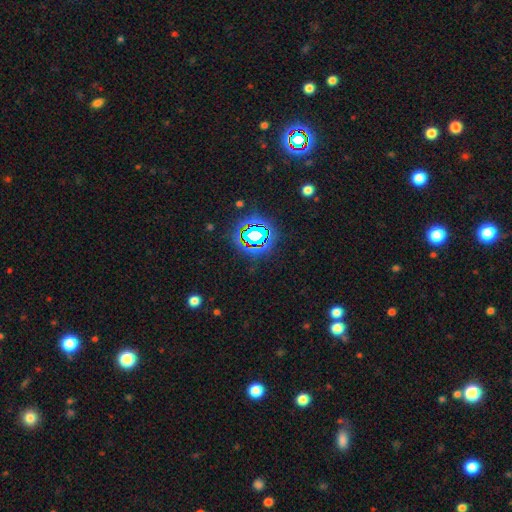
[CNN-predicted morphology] Q: Smooth or featured?
A: star or artifact (78%); runner-up: smooth (14%)